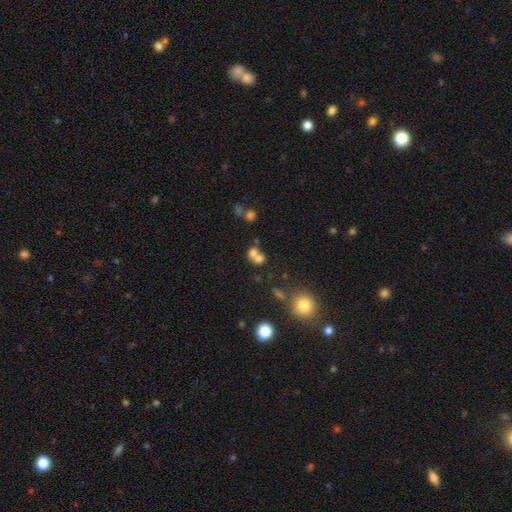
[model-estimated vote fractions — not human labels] smooth-or-featured: smooth: 67% | featured or disk: 17% | star or artifact: 16%
  how-rounded: round: 68% | in between: 31% | cigar-shaped: 1%
  merging: merger: 59% | none: 30% | minor disturbance: 6% | major disturbance: 4%